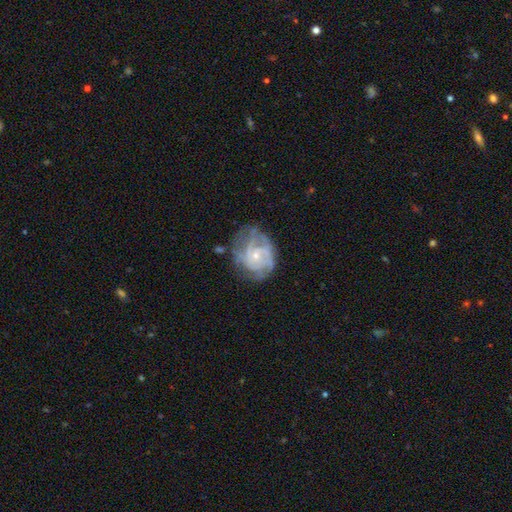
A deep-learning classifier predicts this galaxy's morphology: Smooth or featured?
  - featured or disk: 78% *
  - smooth: 15%
  - star or artifact: 7%
Edge-on disk?
  - no: 98% *
  - yes: 2%
Bar?
  - no: 75% *
  - weak: 22%
  - strong: 3%
Spiral arms?
  - yes: 86% *
  - no: 14%
Spiral winding?
  - tight: 49% *
  - medium: 38%
  - loose: 13%
Spiral arm count?
  - can't tell: 38% *
  - 3: 23%
  - 2: 18%
  - 4: 12%
  - 1: 5%
  - more than 4: 5%
Bulge size?
  - small: 74% *
  - moderate: 22%
  - none: 3%
  - large: 1%
  - dominant: 1%
Merging?
  - none: 53% *
  - minor disturbance: 25%
  - major disturbance: 19%
  - merger: 2%